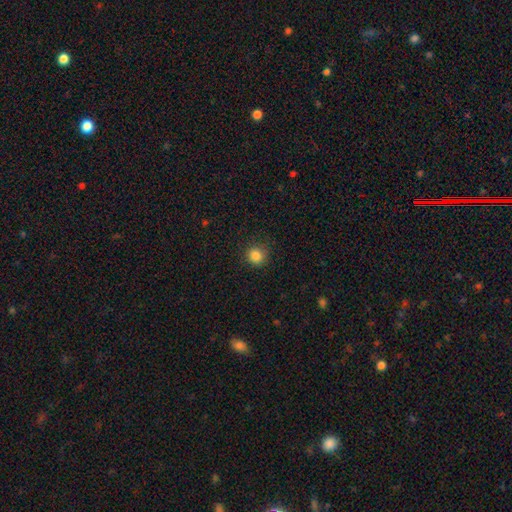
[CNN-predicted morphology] The model was most divided on "smooth or featured": smooth: 85%, star or artifact: 11%, featured or disk: 4%. More confident: how rounded — round (91%); merging — none (85%).